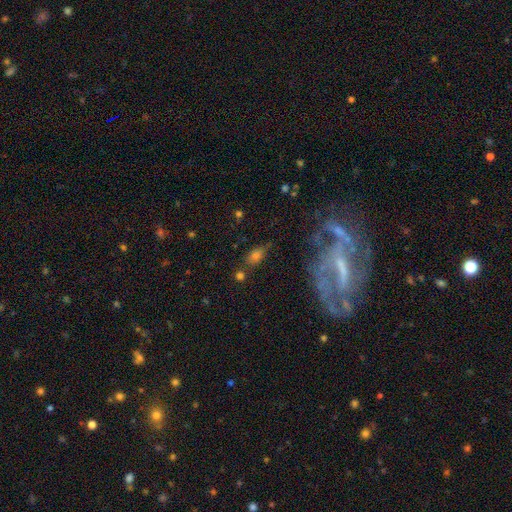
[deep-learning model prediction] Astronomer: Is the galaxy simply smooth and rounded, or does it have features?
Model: smooth — 53%.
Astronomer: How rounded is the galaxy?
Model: in between — 77%.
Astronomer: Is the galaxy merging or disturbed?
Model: none — 66%.